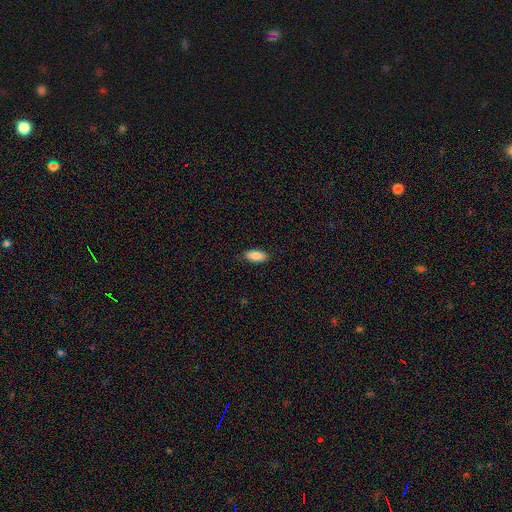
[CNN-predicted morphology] This appears to be a smooth galaxy with no disk features (86%) that is in between round and cigar-shaped (89%). Merging: none (83%).